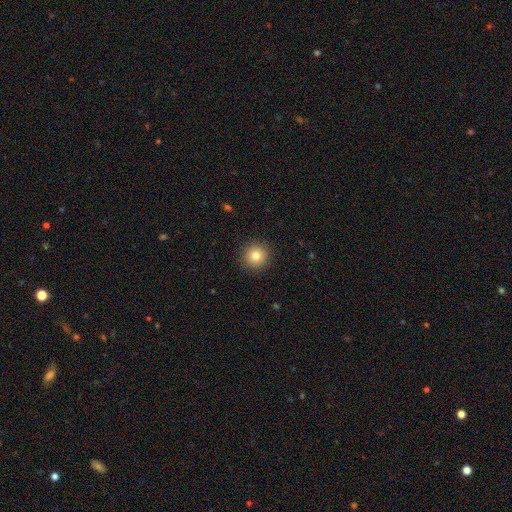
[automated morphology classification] This appears to be a smooth galaxy with no disk features (80%) that is round (95%). Merging: none (92%).